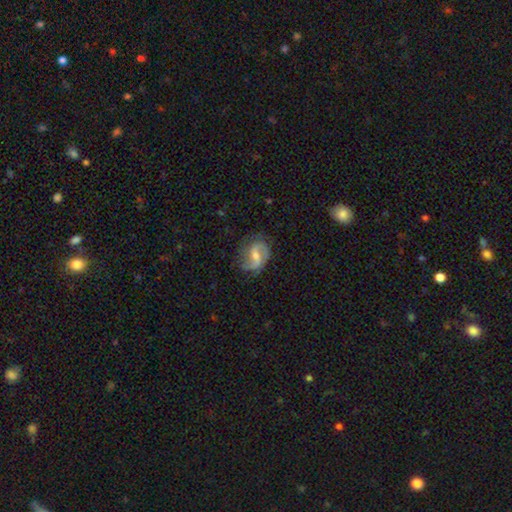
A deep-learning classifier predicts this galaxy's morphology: smooth-or-featured: featured or disk: 80% | smooth: 15% | star or artifact: 6%
  disk-edge-on: no: 98% | yes: 2%
    bar: weak: 52% | strong: 27% | no: 20%
    has-spiral-arms: yes: 93% | no: 7%
      spiral-winding: loose: 43% (tied) | medium: 43% (tied) | tight: 13%
      spiral-arm-count: 2: 82% | 1: 7% | can't tell: 6% | 3: 3% | 4: 1% | more than 4: 1%
    bulge-size: moderate: 46% (tied) | small: 46% (tied) | none: 5% | large: 3% | dominant: 1%
  merging: none: 65% | minor disturbance: 22% | major disturbance: 11% | merger: 2%